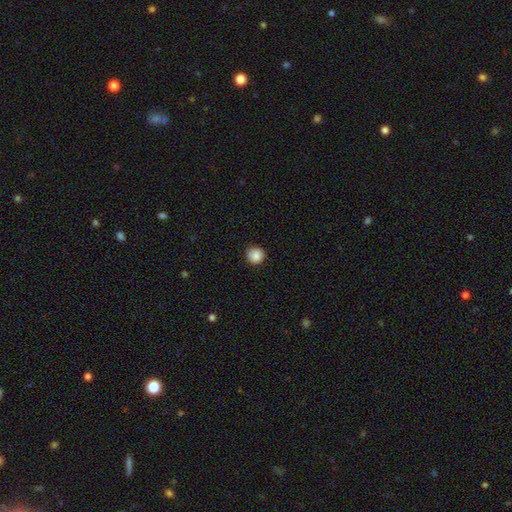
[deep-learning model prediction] A smooth galaxy with no disk features (88%) that is round (94%). Merging: none (90%).